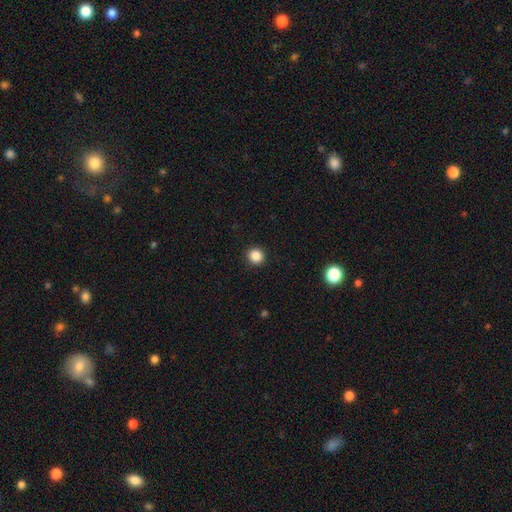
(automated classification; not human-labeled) A smooth galaxy with no disk features (86%) that is round (94%).

Vote fractions:
- Smooth or featured? smooth: 86% / star or artifact: 11% / featured or disk: 3%
- How rounded? round: 94% / in between: 5% / cigar-shaped: 1%
- Merging? none: 93% / minor disturbance: 4% / major disturbance: 2% / merger: 1%